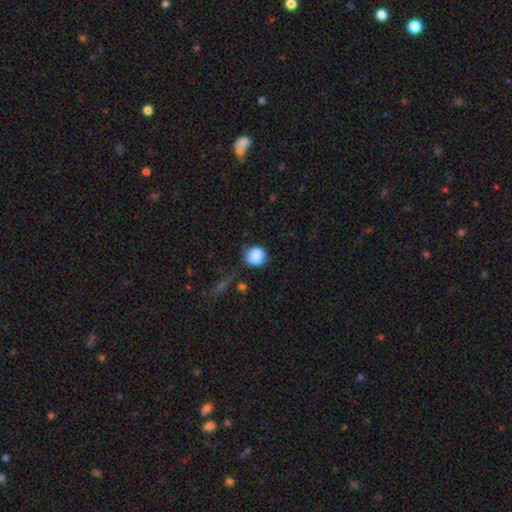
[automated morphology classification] This appears to be a smooth galaxy with no disk features (86%) that is round (82%). Merging: none (68%).